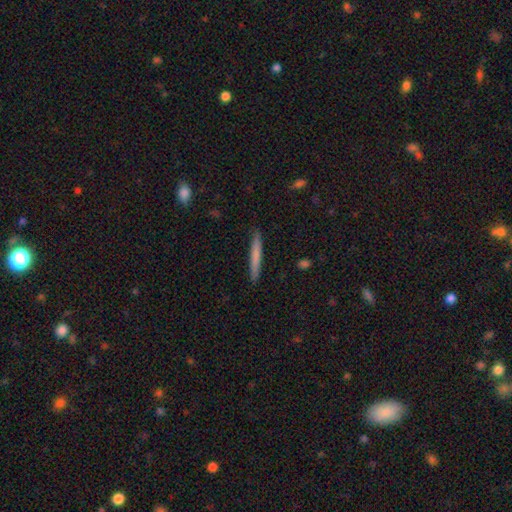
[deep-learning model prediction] Smooth or featured? Predicted: smooth (p=0.71). How rounded? Predicted: cigar-shaped (p=0.96). Merging? Predicted: none (p=0.91).